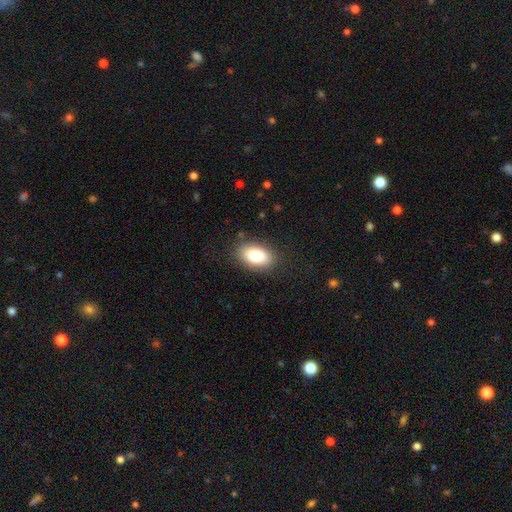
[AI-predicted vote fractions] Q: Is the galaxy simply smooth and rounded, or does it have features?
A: smooth — 81%.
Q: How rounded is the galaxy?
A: in between — 90%.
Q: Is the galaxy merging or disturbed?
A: none — 85%.